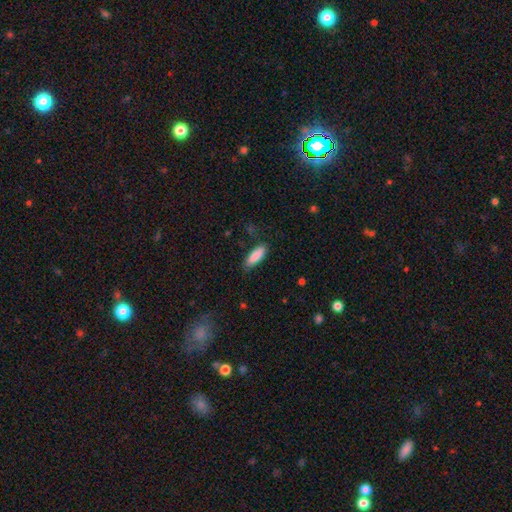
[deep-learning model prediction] smooth-or-featured: smooth: 87% | featured or disk: 7% | star or artifact: 6%
  how-rounded: in between: 54% | cigar-shaped: 45% | round: 2%
  merging: none: 78% | minor disturbance: 17% | major disturbance: 3% | merger: 1%